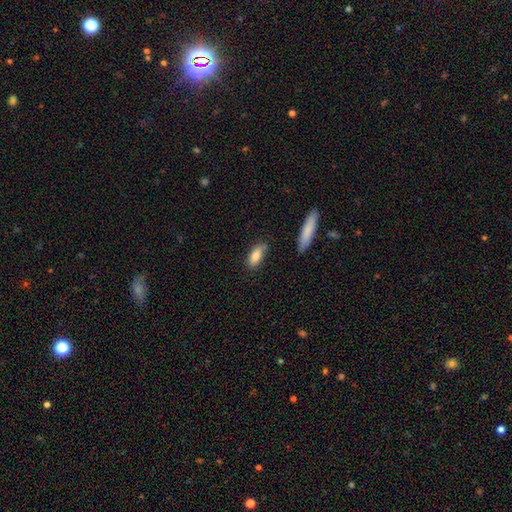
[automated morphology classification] A smooth galaxy with no disk features (84%) that is in between round and cigar-shaped (82%).

Vote fractions:
- Smooth or featured? smooth: 84% / featured or disk: 10% / star or artifact: 7%
- How rounded? in between: 82% / cigar-shaped: 16% / round: 3%
- Merging? none: 70% / minor disturbance: 22% / major disturbance: 4% / merger: 4%